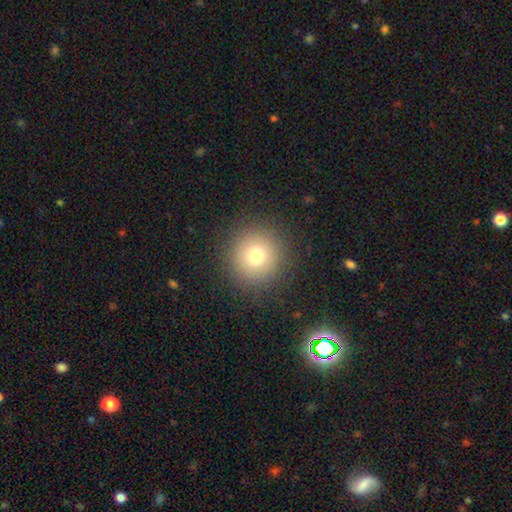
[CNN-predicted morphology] Overall: smooth (75%). How rounded: round (95%). Merging: none (89%).